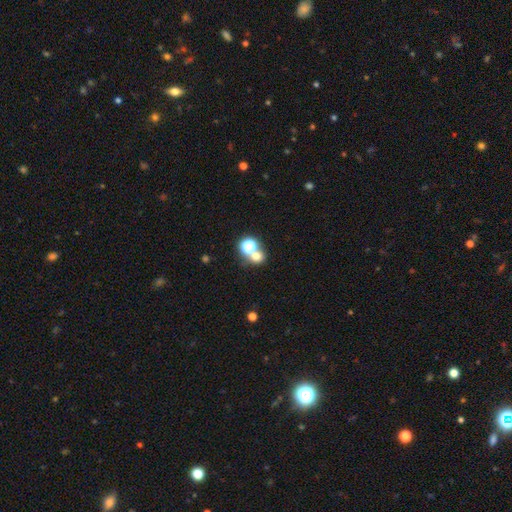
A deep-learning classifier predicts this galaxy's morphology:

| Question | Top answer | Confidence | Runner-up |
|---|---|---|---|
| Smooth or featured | smooth | 65% | star or artifact (25%) |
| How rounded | round | 79% | in between (20%) |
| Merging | none | 52% | merger (38%) |